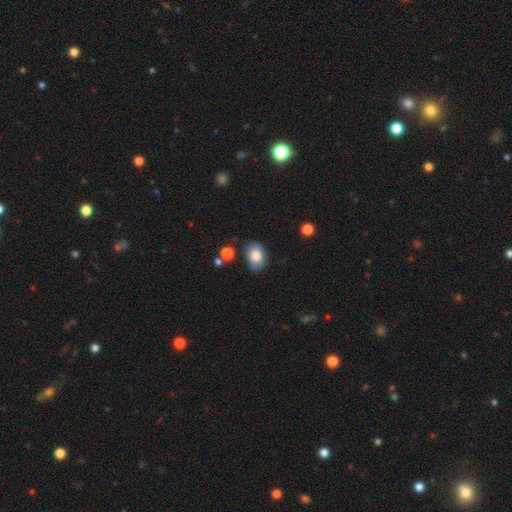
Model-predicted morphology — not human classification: Smooth or featured? smooth (82%)
How rounded? in between (79%)
Merging? none (72%)